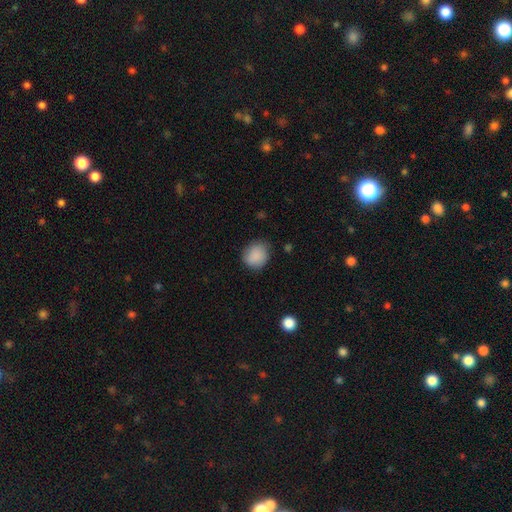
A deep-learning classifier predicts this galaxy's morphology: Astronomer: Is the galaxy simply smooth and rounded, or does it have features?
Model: smooth — 88%.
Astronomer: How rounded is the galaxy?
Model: round — 75%.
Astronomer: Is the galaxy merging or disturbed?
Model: none — 80%.